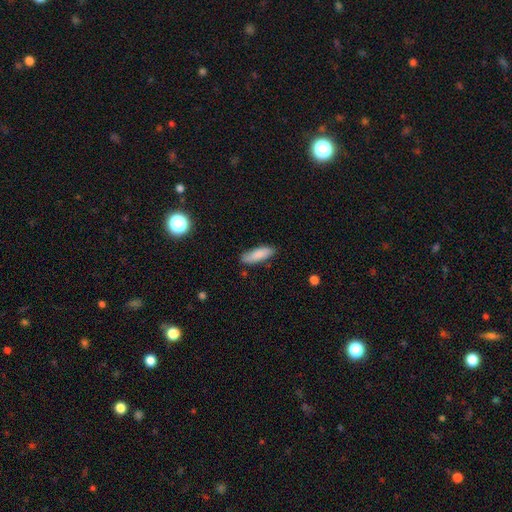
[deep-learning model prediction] smooth 83%, featured or disk 9%, star or artifact 8%. Down the decision tree: how rounded — cigar-shaped (55%); merging — none (84%).